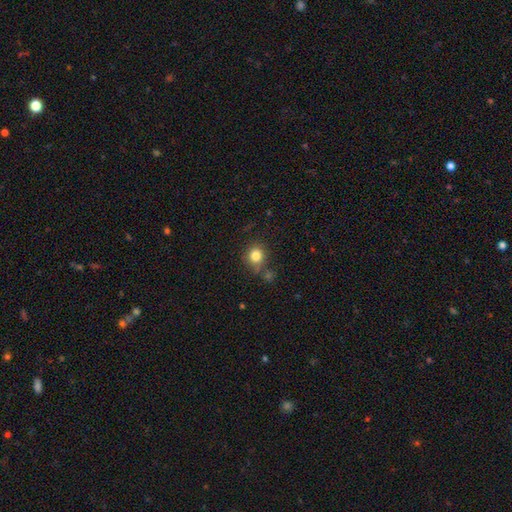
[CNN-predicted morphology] smooth-or-featured: smooth: 82% | star or artifact: 12% | featured or disk: 7%
  how-rounded: round: 84% | in between: 15% | cigar-shaped: 1%
  merging: none: 72% | minor disturbance: 15% | merger: 9% | major disturbance: 5%